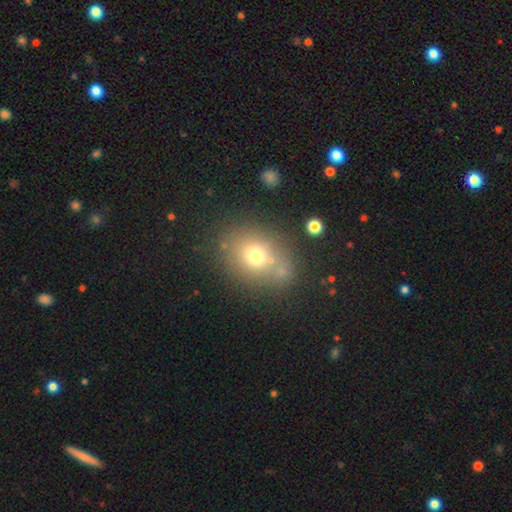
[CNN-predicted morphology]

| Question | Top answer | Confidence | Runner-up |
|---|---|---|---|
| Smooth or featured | smooth | 68% | star or artifact (16%) |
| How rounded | round | 54% | in between (45%) |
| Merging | none | 70% | minor disturbance (14%) |